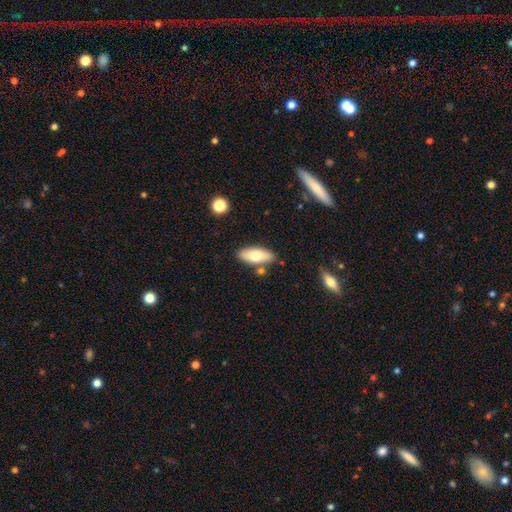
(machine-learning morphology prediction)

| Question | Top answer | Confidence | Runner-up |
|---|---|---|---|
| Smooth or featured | smooth | 71% | featured or disk (23%) |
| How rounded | in between | 81% | cigar-shaped (17%) |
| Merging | none | 80% | minor disturbance (12%) |